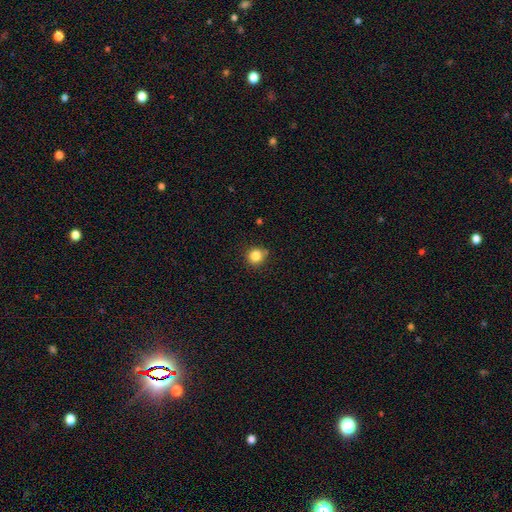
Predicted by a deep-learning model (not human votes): Smooth or featured? smooth (84%)
How rounded? round (91%)
Merging? none (84%)